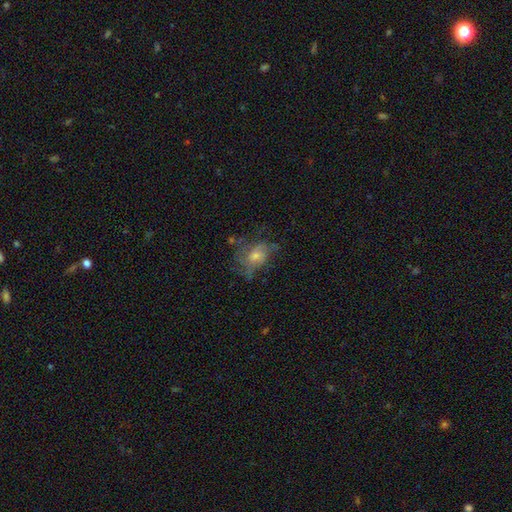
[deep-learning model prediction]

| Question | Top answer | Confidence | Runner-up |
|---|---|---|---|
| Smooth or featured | featured or disk | 52% | smooth (33%) |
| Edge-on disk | no | 95% | yes (5%) |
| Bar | no | 76% | weak (21%) |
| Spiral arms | yes | 60% | no (40%) |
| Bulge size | moderate | 49% | small (39%) |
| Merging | none | 48% | major disturbance (26%) |